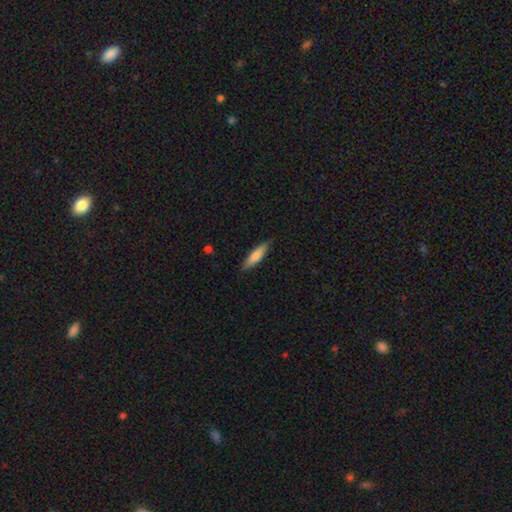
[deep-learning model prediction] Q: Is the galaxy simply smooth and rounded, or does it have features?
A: smooth — 74%.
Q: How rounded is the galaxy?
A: cigar-shaped — 72%.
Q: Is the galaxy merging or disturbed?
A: none — 86%.